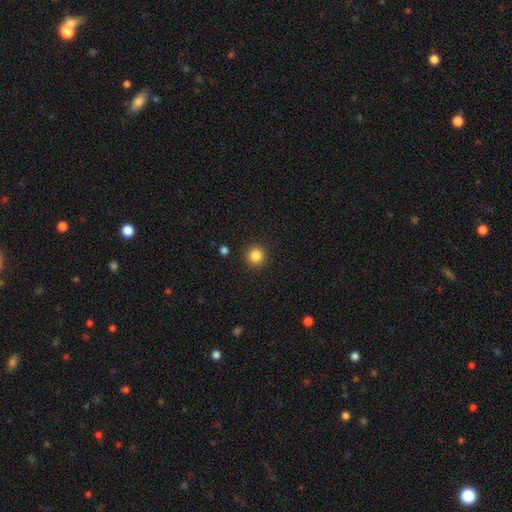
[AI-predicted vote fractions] Morphology: type=smooth (85%); roundness=round (94%); merging=none (91%).